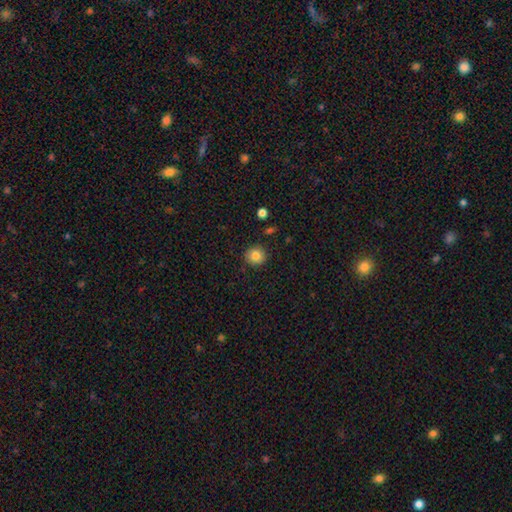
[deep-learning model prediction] smooth-or-featured: smooth: 83% | star or artifact: 10% | featured or disk: 7%
  how-rounded: round: 92% | in between: 8% | cigar-shaped: 1%
  merging: none: 90% | minor disturbance: 6% | major disturbance: 2% | merger: 2%